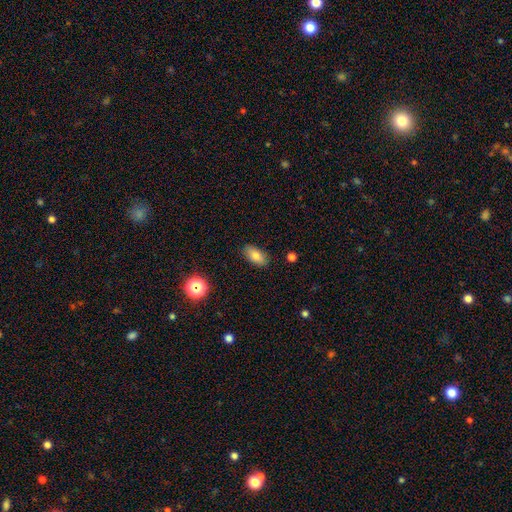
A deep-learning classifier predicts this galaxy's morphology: The model was most divided on "smooth or featured": smooth: 80%, featured or disk: 10%, star or artifact: 9%. More confident: how rounded — in between (88%); merging — none (86%).